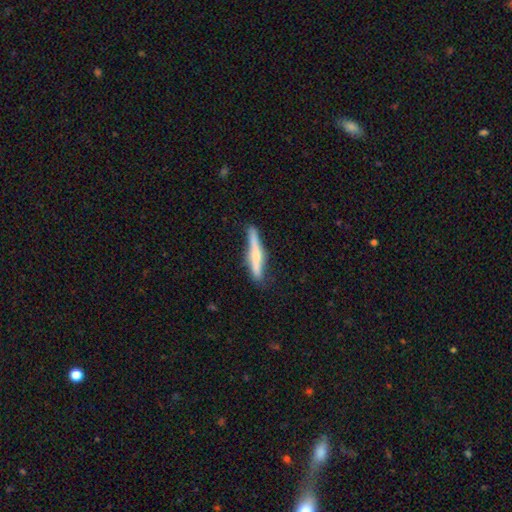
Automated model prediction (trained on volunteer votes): smooth 48%, featured or disk 46%, star or artifact 6%. Down the decision tree: merging — none (76%).